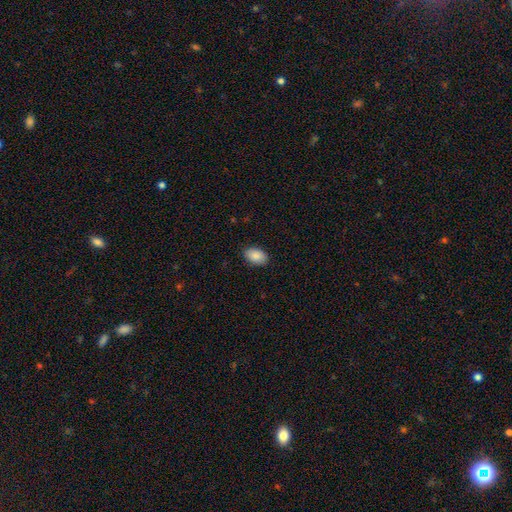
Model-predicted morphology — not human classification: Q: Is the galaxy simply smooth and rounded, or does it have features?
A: smooth — 88%.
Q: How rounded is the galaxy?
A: in between — 91%.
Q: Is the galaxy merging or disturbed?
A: none — 89%.